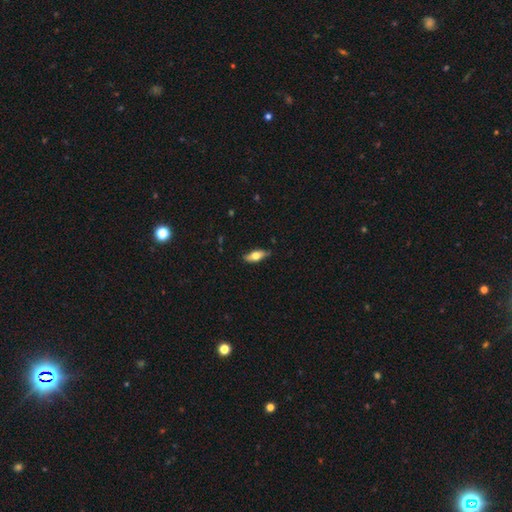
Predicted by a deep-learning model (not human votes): The model was most divided on "smooth or featured": smooth: 60%, featured or disk: 33%, star or artifact: 6%. More confident: merging — none (82%); how rounded — in between (73%).